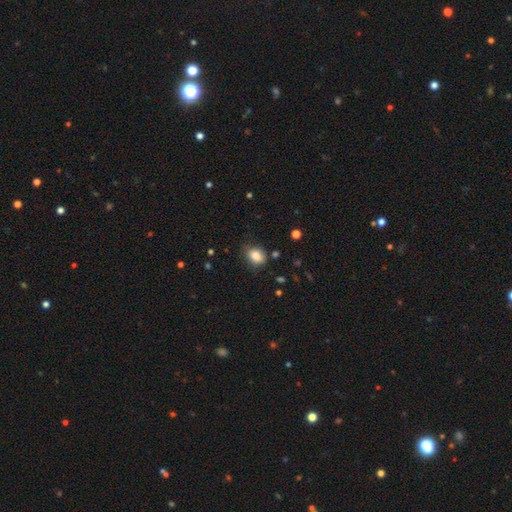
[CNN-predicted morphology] Smooth or featured: smooth — 84% (star or artifact — 10%)
How rounded: in between — 59% (round — 40%)
Merging: none — 77% (minor disturbance — 18%)